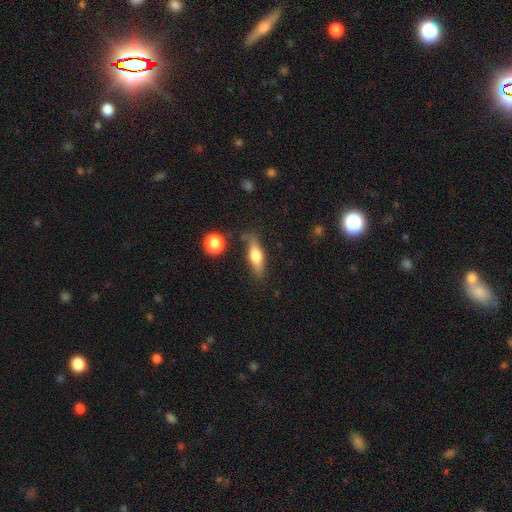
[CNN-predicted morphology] The model was most divided on "smooth or featured": smooth: 54%, featured or disk: 38%, star or artifact: 7%. More confident: merging — none (79%); how rounded — cigar-shaped (57%).